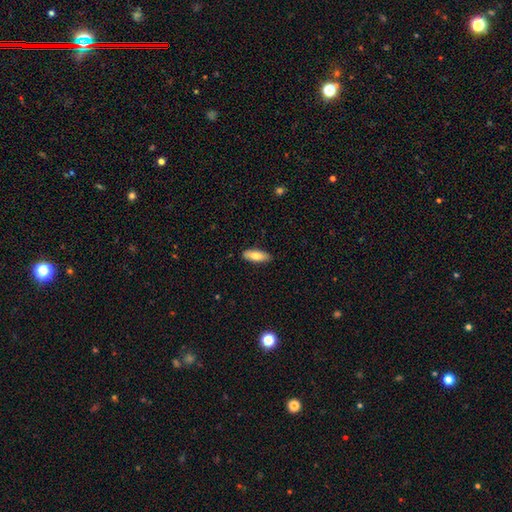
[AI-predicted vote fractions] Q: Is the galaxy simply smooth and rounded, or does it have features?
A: smooth — 78%.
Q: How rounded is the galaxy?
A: in between — 67%.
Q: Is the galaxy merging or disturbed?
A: none — 87%.